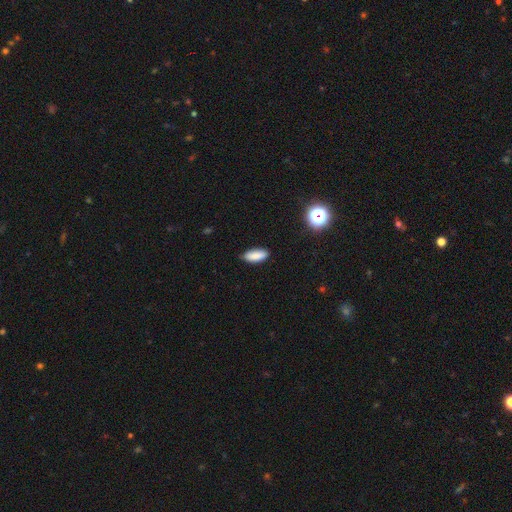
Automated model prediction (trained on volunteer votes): Smooth or featured?
  - smooth: 87% *
  - star or artifact: 8%
  - featured or disk: 5%
How rounded?
  - in between: 78% *
  - cigar-shaped: 19%
  - round: 2%
Merging?
  - none: 84% *
  - minor disturbance: 13%
  - major disturbance: 2%
  - merger: 1%